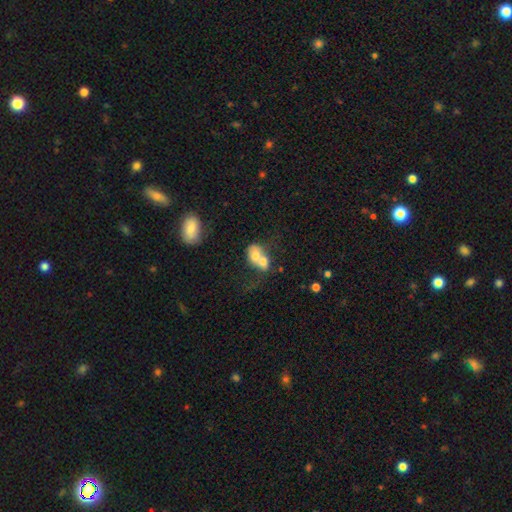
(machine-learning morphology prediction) smooth-or-featured: smooth: 64% | featured or disk: 27% | star or artifact: 9%
  how-rounded: in between: 58% | round: 40% | cigar-shaped: 1%
  merging: merger: 75% | none: 14% | minor disturbance: 6% | major disturbance: 5%